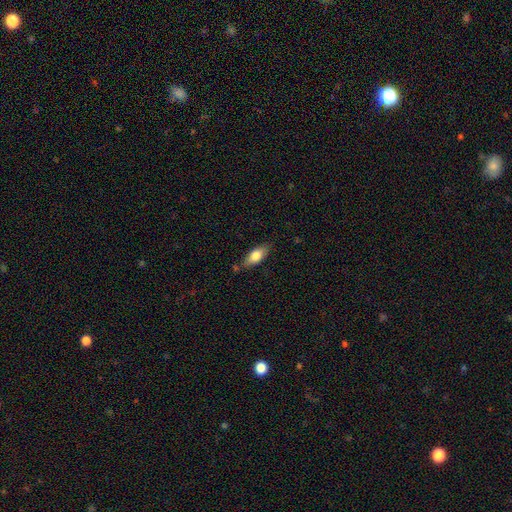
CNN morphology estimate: A smooth galaxy with no disk features (76%) that is in between round and cigar-shaped (78%).

Vote fractions:
- Smooth or featured? smooth: 76% / featured or disk: 18% / star or artifact: 6%
- How rounded? in between: 78% / cigar-shaped: 19% / round: 3%
- Merging? none: 75% / minor disturbance: 18% / merger: 4% / major disturbance: 3%